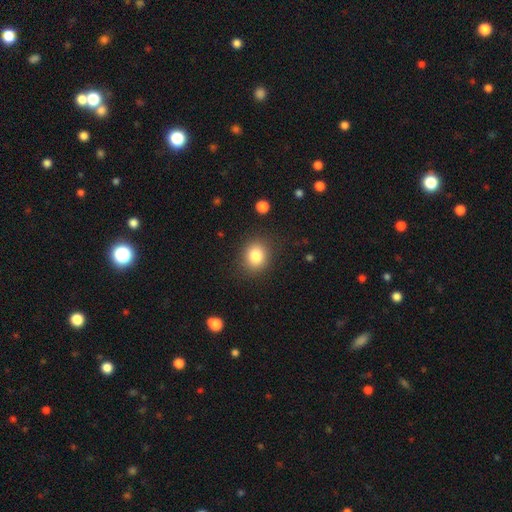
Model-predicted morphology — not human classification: smooth_or_featured: smooth (p=0.82) [alt: star or artifact p=0.11]
how_rounded: round (p=0.71) [alt: in between p=0.28]
merging: none (p=0.86) [alt: minor disturbance p=0.09]